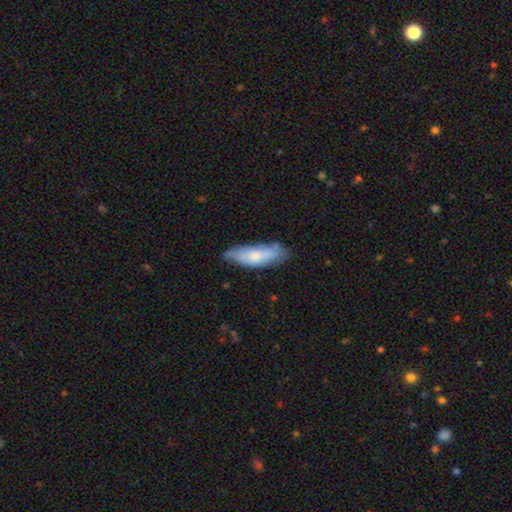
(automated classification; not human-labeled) Morphology: type=smooth (63%); roundness=in between (51%); merging=none (63%).